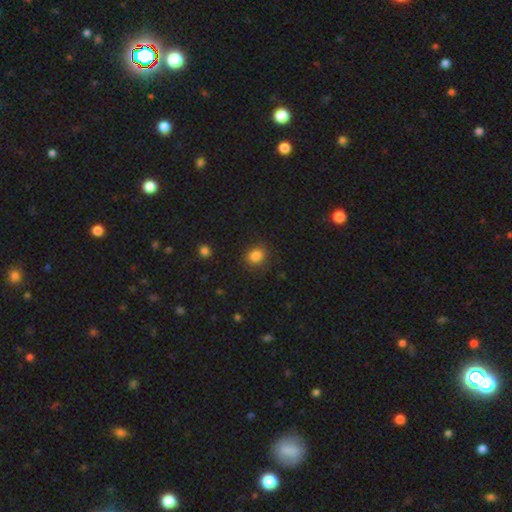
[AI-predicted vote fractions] This is clearly a smooth galaxy (84%). How rounded: likely round (66%). Merging: clearly none (84%).